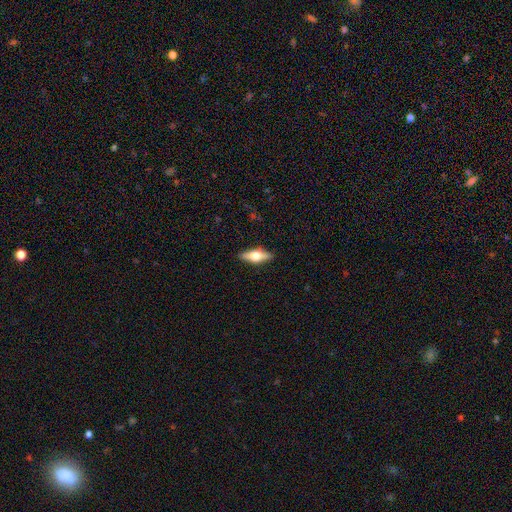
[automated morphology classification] Smooth or featured? Predicted: featured or disk (p=0.50). Merging? Predicted: none (p=0.89).